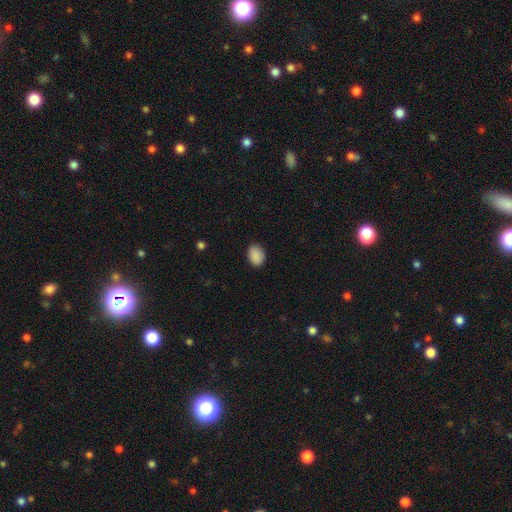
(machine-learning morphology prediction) type=smooth (89%); roundness=in between (71%); merging=none (86%).